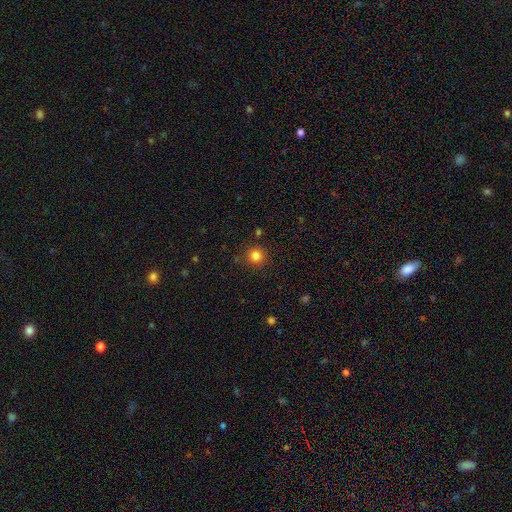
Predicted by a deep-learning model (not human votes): This appears to be a smooth galaxy with no disk features (82%) that is round (93%). Merging: none (87%).